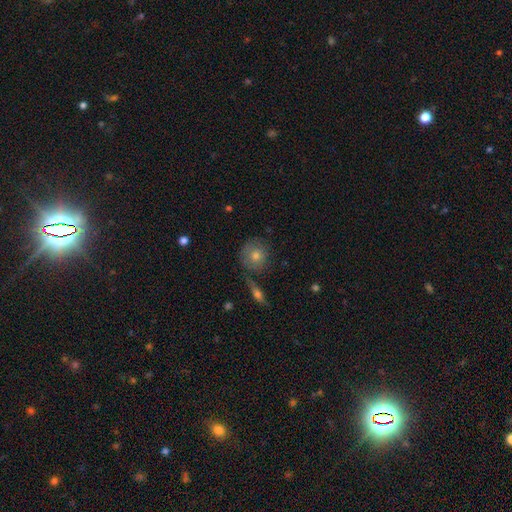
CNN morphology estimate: smooth_or_featured: smooth (p=0.58) [alt: featured or disk p=0.30]
how_rounded: round (p=0.89) [alt: in between p=0.10]
merging: none (p=0.74) [alt: minor disturbance p=0.14]